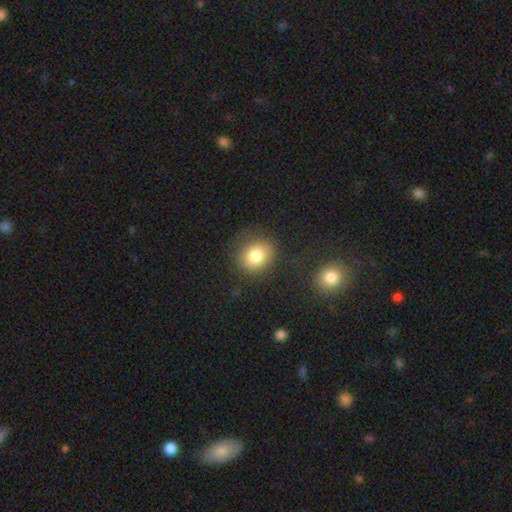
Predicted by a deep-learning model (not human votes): Morphology: type=smooth (81%); roundness=round (75%); merging=none (80%).